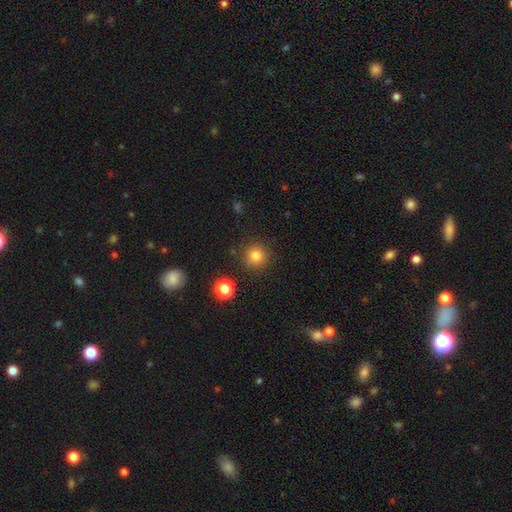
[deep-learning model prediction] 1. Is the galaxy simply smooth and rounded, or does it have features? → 82% smooth, 13% star or artifact, 5% featured or disk.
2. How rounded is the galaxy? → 94% round, 5% in between, 1% cigar-shaped.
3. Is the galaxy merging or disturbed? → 87% none, 7% minor disturbance, 3% major disturbance, 3% merger.